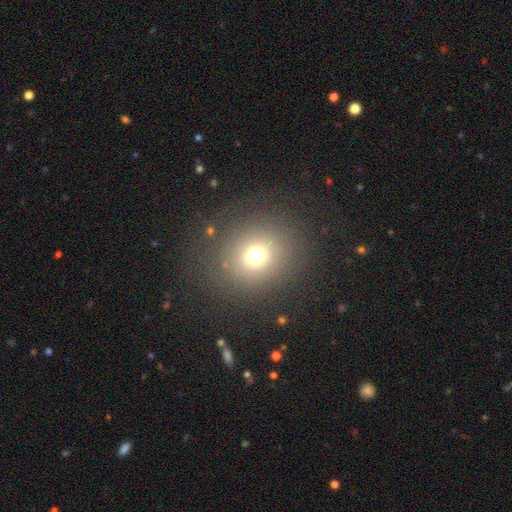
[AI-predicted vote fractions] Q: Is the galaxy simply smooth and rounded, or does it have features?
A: smooth — 70%.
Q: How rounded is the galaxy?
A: round — 80%.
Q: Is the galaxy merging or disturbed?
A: none — 82%.